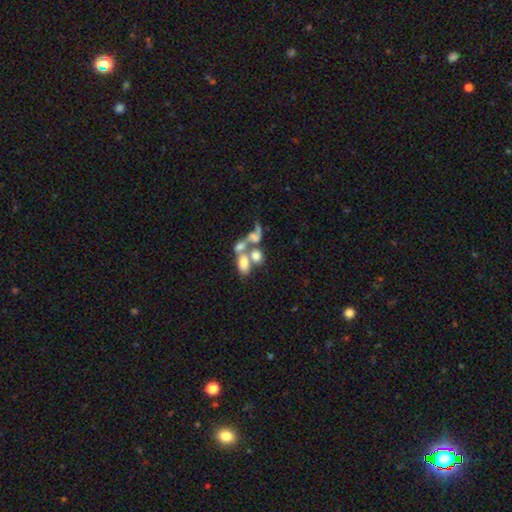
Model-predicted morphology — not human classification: This appears to be a smooth galaxy with no disk features (60%) that is in between round and cigar-shaped (76%). Merging: merger (61%).